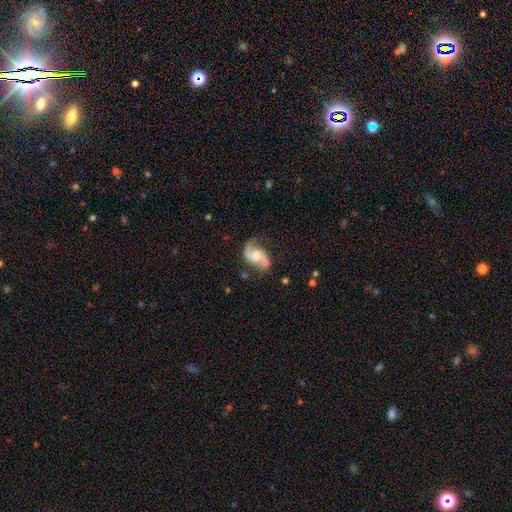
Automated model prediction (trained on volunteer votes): Smooth or featured: featured or disk — 83% (smooth — 11%)
Edge-on disk: no — 98% (yes — 2%)
Bar: no — 53% (weak — 37%)
Spiral arms: yes — 95% (no — 5%)
Spiral winding: loose — 53% (medium — 38%)
Spiral arm count: 2 — 86% (1 — 8%)
Bulge size: moderate — 59% (small — 24%)
Merging: none — 56% (minor disturbance — 20%)